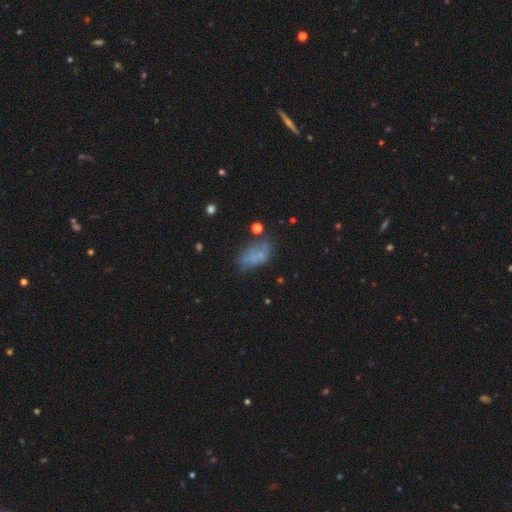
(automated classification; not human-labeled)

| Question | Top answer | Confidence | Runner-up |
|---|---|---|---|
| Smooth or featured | smooth | 56% | featured or disk (27%) |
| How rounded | in between | 88% | round (8%) |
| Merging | none | 42% | minor disturbance (26%) |